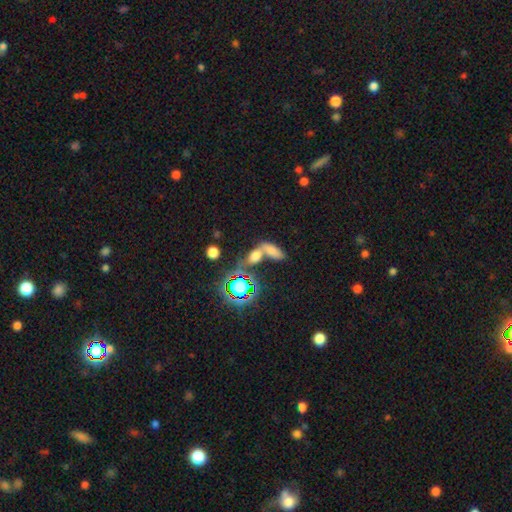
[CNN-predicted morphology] Overall: smooth (60%; star or artifact 24%). How rounded: in between (74%). Merging: merger (61%; none 25%).